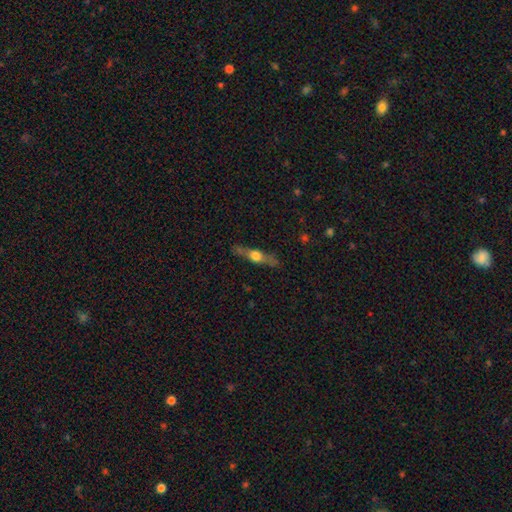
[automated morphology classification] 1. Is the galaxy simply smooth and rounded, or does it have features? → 63% featured or disk, 30% smooth, 7% star or artifact.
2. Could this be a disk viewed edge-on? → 94% yes, 6% no.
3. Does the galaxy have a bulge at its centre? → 94% rounded, 4% boxy, 2% none.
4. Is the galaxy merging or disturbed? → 85% none, 11% minor disturbance, 3% major disturbance, 2% merger.